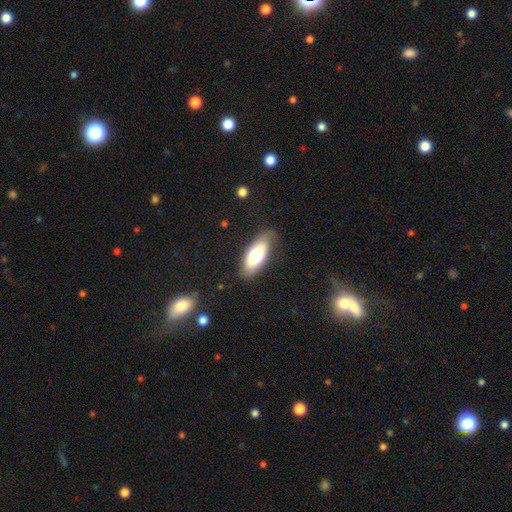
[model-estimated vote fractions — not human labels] A smooth galaxy with no disk features (70%) that is in between round and cigar-shaped (80%). Merging: none (77%).